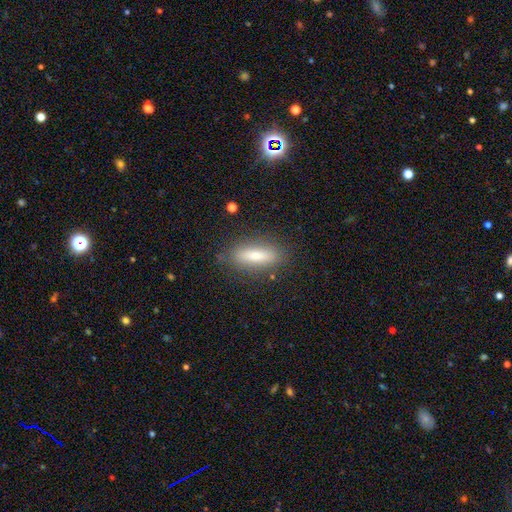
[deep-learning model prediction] smooth-or-featured: smooth: 71% | featured or disk: 21% | star or artifact: 8%
  how-rounded: cigar-shaped: 49% | in between: 48% | round: 3%
  merging: none: 83% | minor disturbance: 12% | major disturbance: 4% | merger: 2%